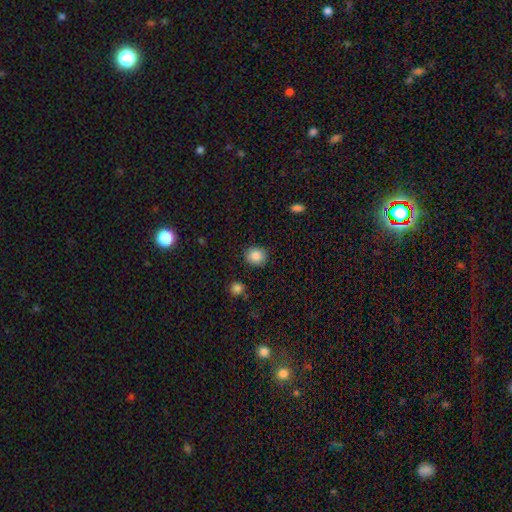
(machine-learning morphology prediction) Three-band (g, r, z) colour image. It shows a smooth galaxy with no disk features (86%) that is round (79%). Merging: none (87%).